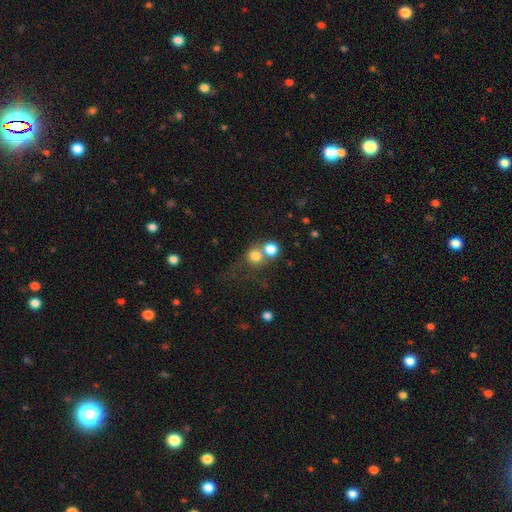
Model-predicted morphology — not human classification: Smooth or featured? smooth (76%)
How rounded? round (85%)
Merging? merger (50%)